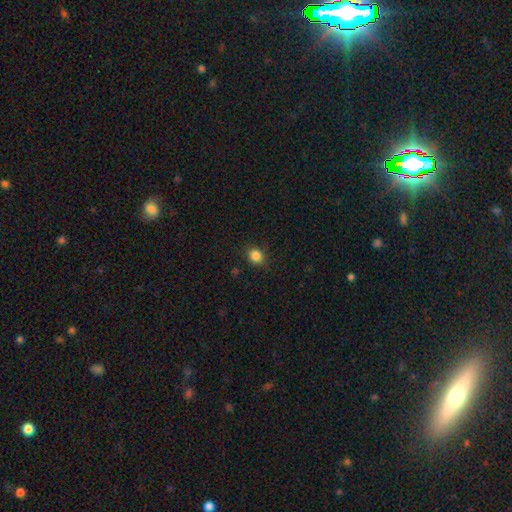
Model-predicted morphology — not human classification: Smooth or featured?
  - smooth: 85% *
  - star or artifact: 11%
  - featured or disk: 4%
How rounded?
  - round: 71% *
  - in between: 28%
  - cigar-shaped: 1%
Merging?
  - none: 86% *
  - minor disturbance: 10%
  - major disturbance: 3%
  - merger: 1%